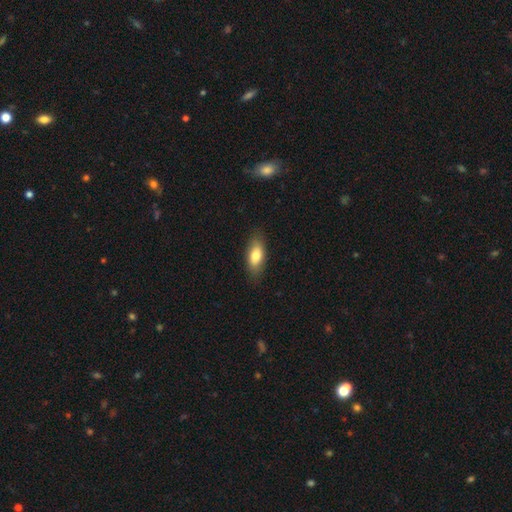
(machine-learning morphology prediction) This is likely a smooth galaxy (77%). How rounded: clearly in between (82%). Merging: clearly none (83%).